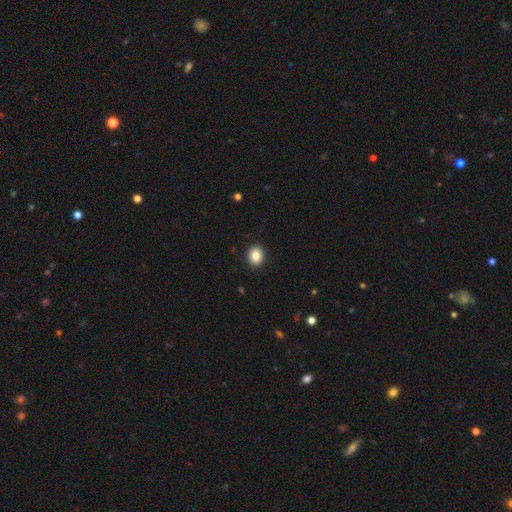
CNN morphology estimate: smooth 86%, star or artifact 9%, featured or disk 5%. Down the decision tree: how rounded — round (58%); merging — none (92%).